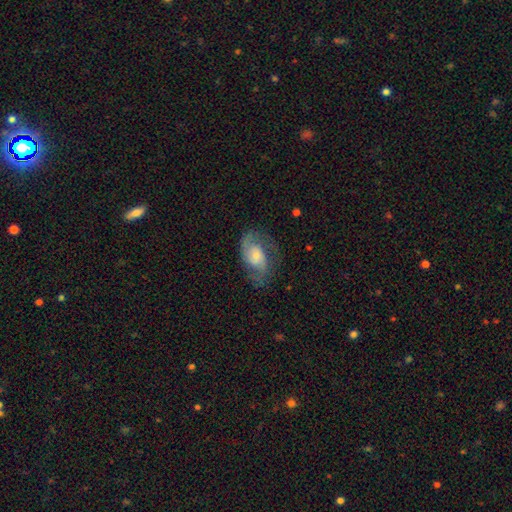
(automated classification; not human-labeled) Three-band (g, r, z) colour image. It shows a featured or disk galaxy (75%) with no bar (67%), 2 (78%) medium (49%) spiral arms (91%) and a small central bulge (56%). Merging: none (65%).